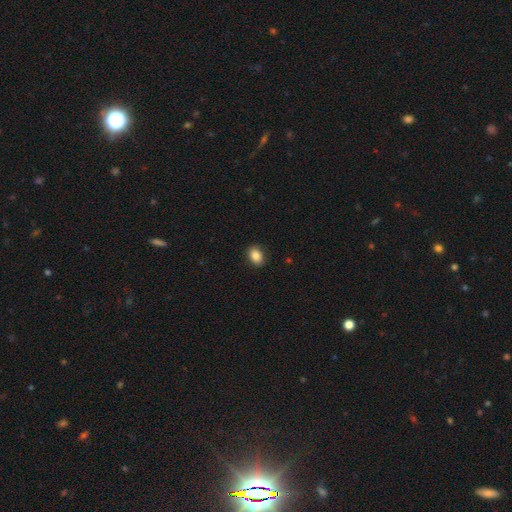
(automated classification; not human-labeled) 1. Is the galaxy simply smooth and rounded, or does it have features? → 86% smooth, 9% star or artifact, 5% featured or disk.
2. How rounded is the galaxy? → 73% in between, 26% round, 1% cigar-shaped.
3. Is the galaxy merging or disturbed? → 89% none, 8% minor disturbance, 2% major disturbance, 1% merger.